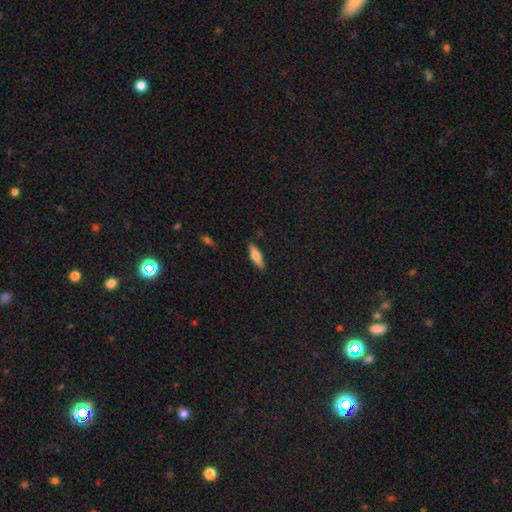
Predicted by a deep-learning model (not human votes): A smooth galaxy with no disk features (54%) that is cigar-shaped (54%).

Vote fractions:
- Smooth or featured? smooth: 54% / featured or disk: 39% / star or artifact: 6%
- How rounded? cigar-shaped: 54% / in between: 43% / round: 3%
- Merging? none: 87% / minor disturbance: 10% / major disturbance: 2% / merger: 1%